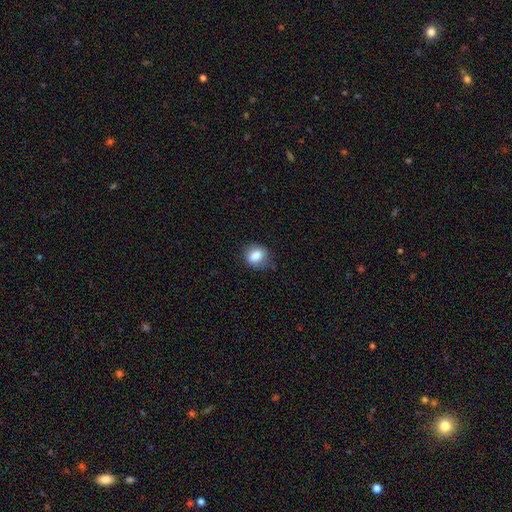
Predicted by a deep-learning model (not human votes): Smooth or featured: smooth — 84% (star or artifact — 9%)
How rounded: round — 56% (in between — 43%)
Merging: none — 74% (minor disturbance — 20%)